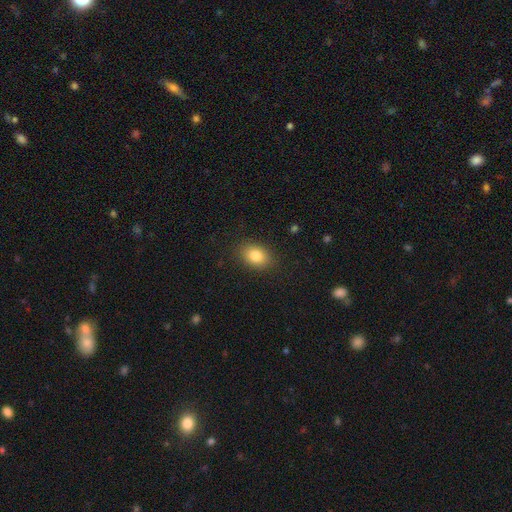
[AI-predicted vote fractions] smooth 83%, star or artifact 10%, featured or disk 8%. Down the decision tree: how rounded — in between (68%); merging — none (88%).